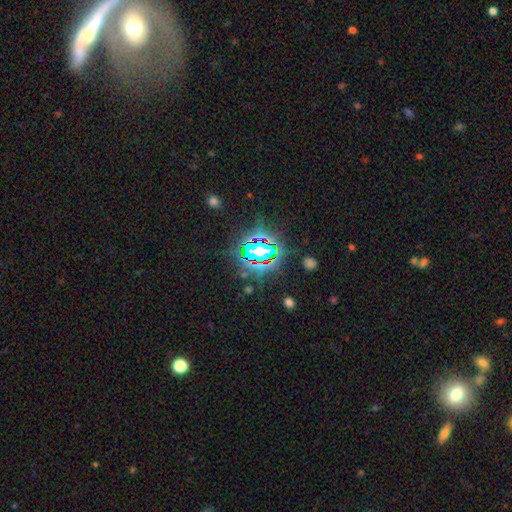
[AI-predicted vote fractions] star or artifact 81%, smooth 11%, featured or disk 8%.